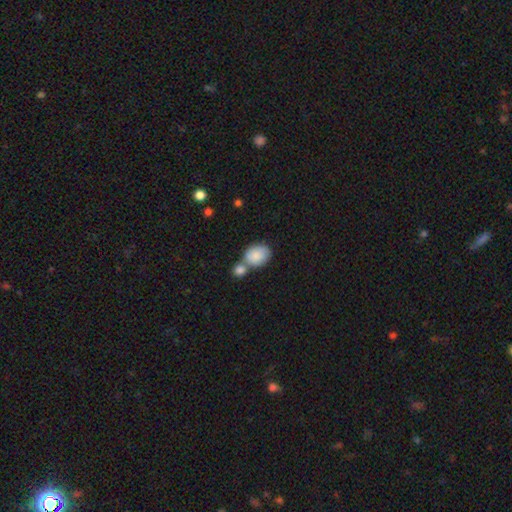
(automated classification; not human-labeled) This appears to be a smooth galaxy with no disk features (86%) that is in between round and cigar-shaped (67%). Merging: merger (47%).